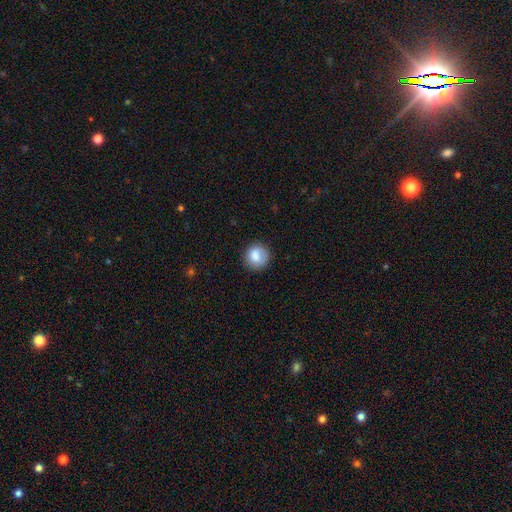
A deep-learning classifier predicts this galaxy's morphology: Smooth or featured?
  - smooth: 82% *
  - featured or disk: 9%
  - star or artifact: 8%
How rounded?
  - round: 89% *
  - in between: 10%
  - cigar-shaped: 1%
Merging?
  - none: 80% *
  - minor disturbance: 14%
  - major disturbance: 4%
  - merger: 1%